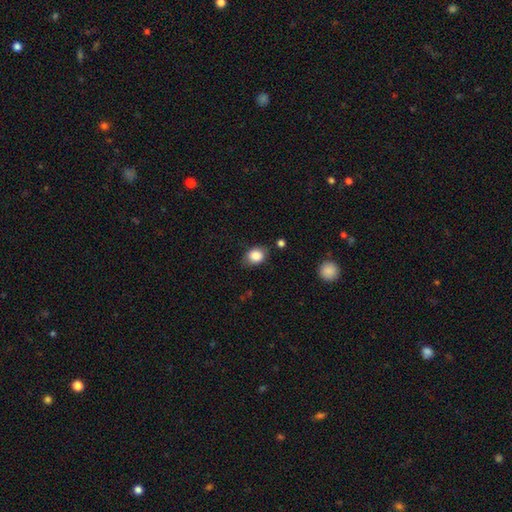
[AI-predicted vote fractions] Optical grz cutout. It shows a smooth galaxy with no disk features (85%) that is in between round and cigar-shaped (53%). Merging: none (71%).